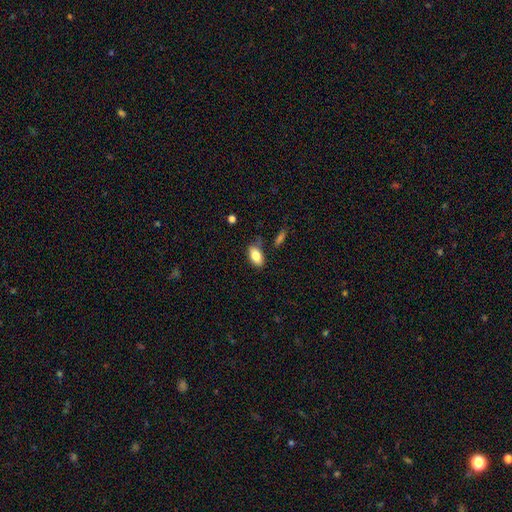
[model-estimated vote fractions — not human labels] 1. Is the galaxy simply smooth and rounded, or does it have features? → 83% smooth, 10% featured or disk, 7% star or artifact.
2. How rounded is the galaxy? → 92% in between, 5% round, 3% cigar-shaped.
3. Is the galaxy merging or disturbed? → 73% none, 18% minor disturbance, 5% merger, 4% major disturbance.